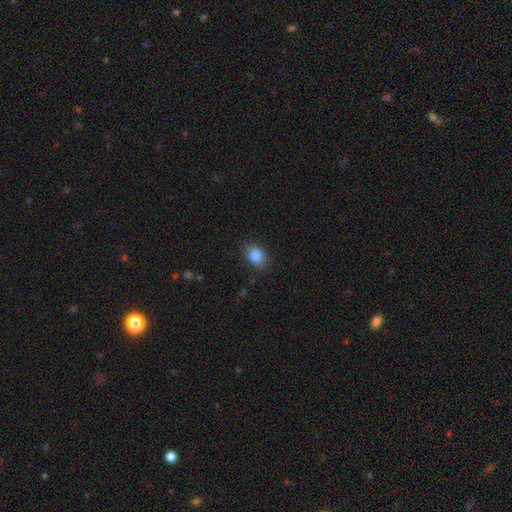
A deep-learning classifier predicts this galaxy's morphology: This appears to be a smooth galaxy with no disk features (85%) that is in between round and cigar-shaped (70%). Merging: none (79%).